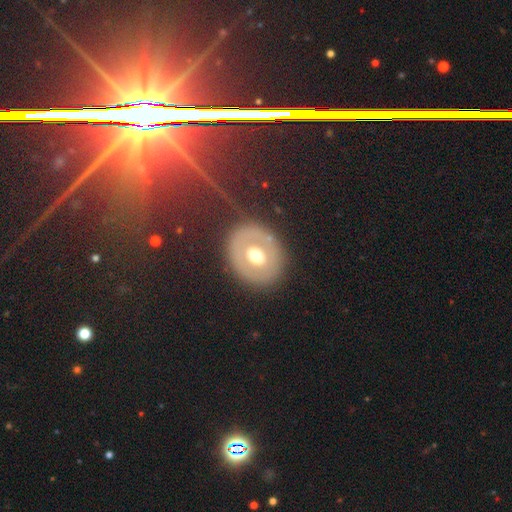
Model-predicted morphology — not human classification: A featured or disk galaxy (46%). Merging: none (80%).